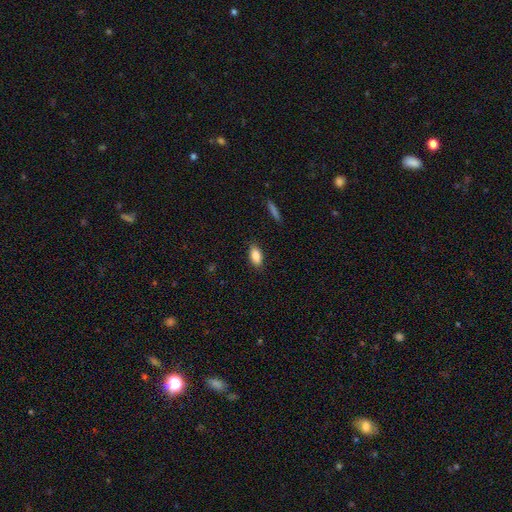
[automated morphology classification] smooth 85%, featured or disk 8%, star or artifact 7%. Down the decision tree: how rounded — in between (88%); merging — none (87%).